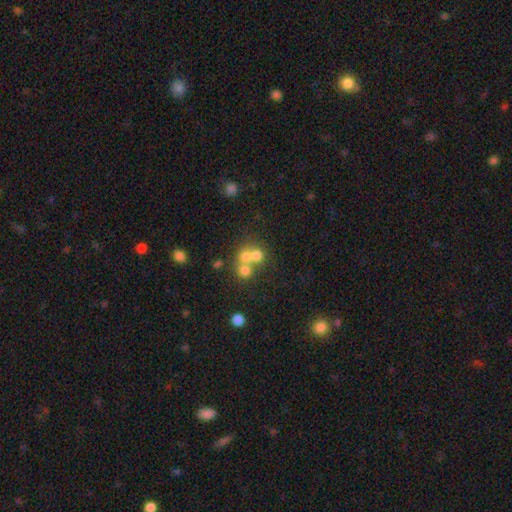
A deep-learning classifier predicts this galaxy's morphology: smooth 63%, featured or disk 20%, star or artifact 17%. Down the decision tree: how rounded — round (84%); merging — merger (52%).